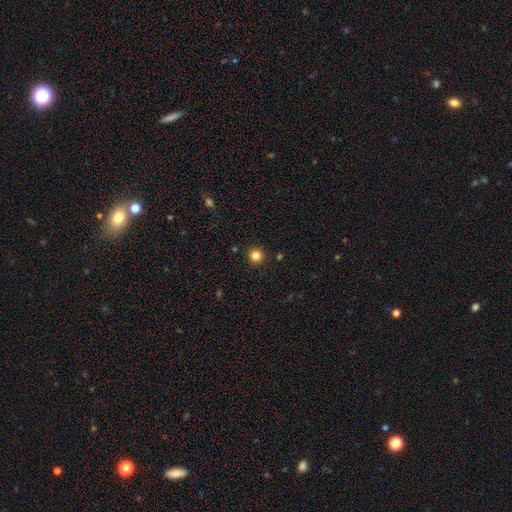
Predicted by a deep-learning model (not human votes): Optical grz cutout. It shows a smooth galaxy with no disk features (84%) that is round (95%). Merging: none (92%).